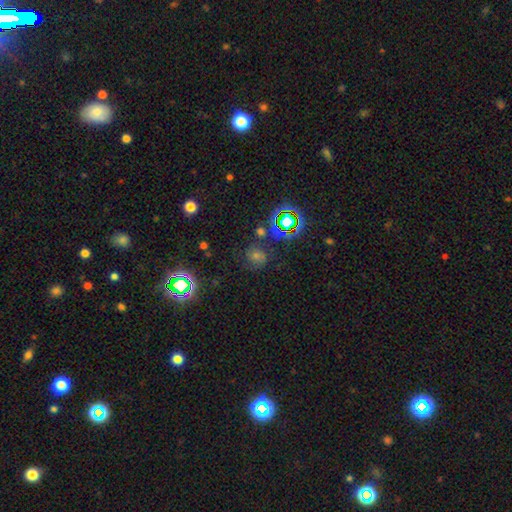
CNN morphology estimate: The model was most divided on "smooth or featured": star or artifact: 45%, smooth: 37%, featured or disk: 18%.